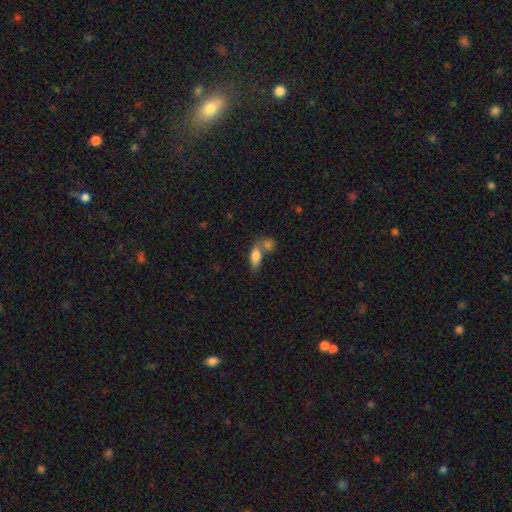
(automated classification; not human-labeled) A smooth galaxy with no disk features (80%) that is in between round and cigar-shaped (81%).

Vote fractions:
- Smooth or featured? smooth: 80% / featured or disk: 12% / star or artifact: 8%
- How rounded? in between: 81% / cigar-shaped: 14% / round: 5%
- Merging? merger: 49% / none: 35% / minor disturbance: 11% / major disturbance: 5%